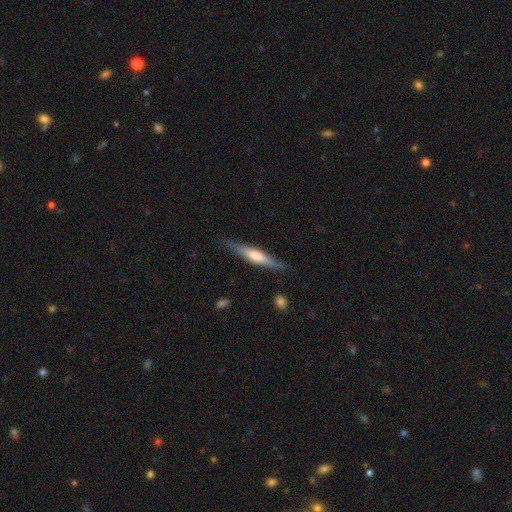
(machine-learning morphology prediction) Q: Smooth or featured?
A: featured or disk (48%); runner-up: smooth (46%)
Q: Merging?
A: none (83%); runner-up: minor disturbance (13%)